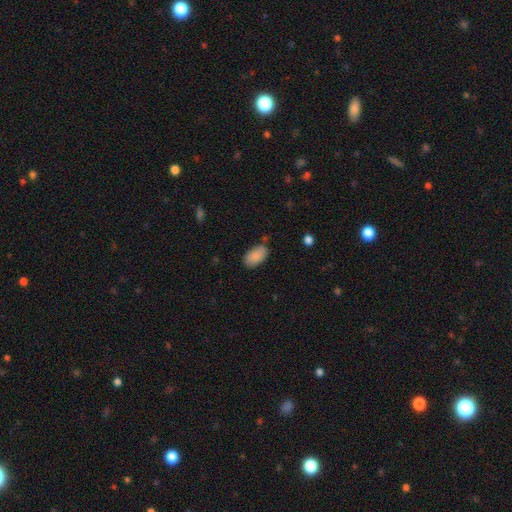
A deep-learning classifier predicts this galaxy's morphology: A smooth galaxy with no disk features (88%) that is in between round and cigar-shaped (94%). Merging: none (78%).